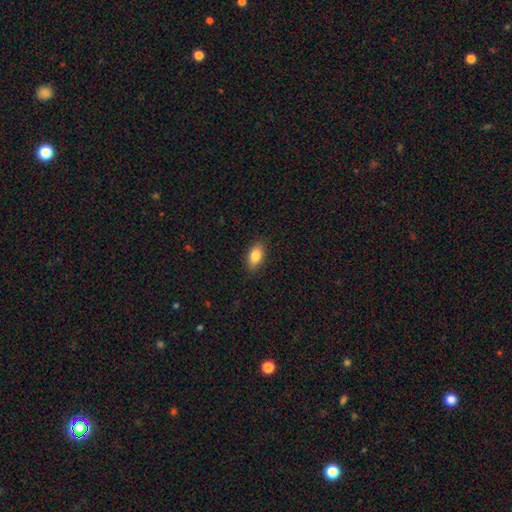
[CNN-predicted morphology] A smooth galaxy with no disk features (83%) that is in between round and cigar-shaped (89%).

Vote fractions:
- Smooth or featured? smooth: 83% / featured or disk: 10% / star or artifact: 8%
- How rounded? in between: 89% / round: 6% / cigar-shaped: 5%
- Merging? none: 87% / minor disturbance: 10% / major disturbance: 2% / merger: 1%